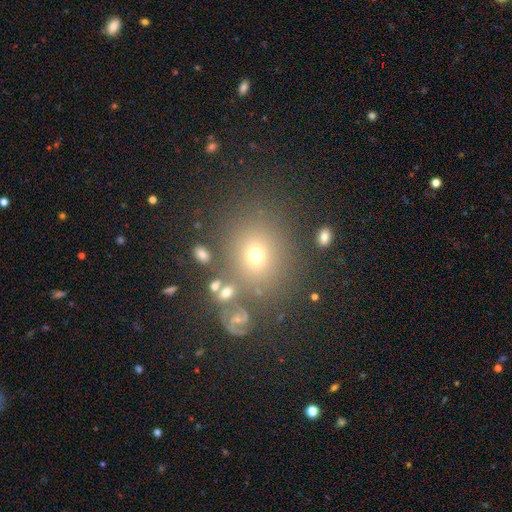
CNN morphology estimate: Smooth or featured? Predicted: smooth (p=0.58). How rounded? Predicted: round (p=0.73). Merging? Predicted: none (p=0.77).